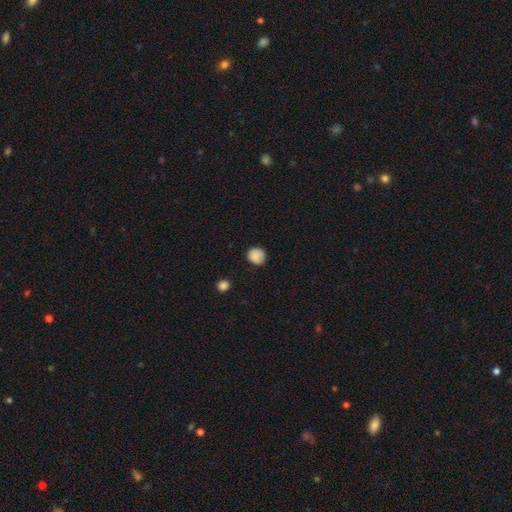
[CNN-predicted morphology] This appears to be a smooth galaxy with no disk features (84%) that is round (84%). Merging: none (77%).